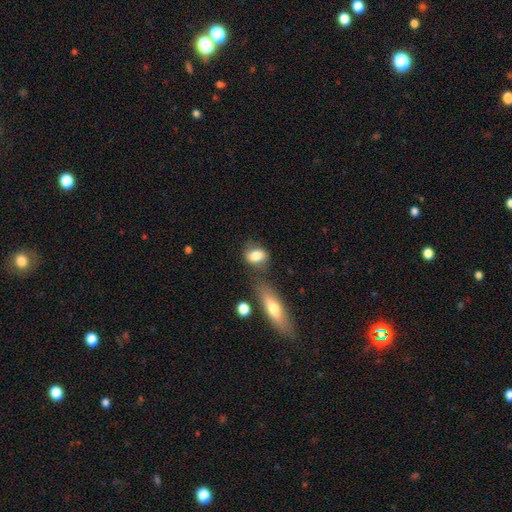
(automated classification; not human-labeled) smooth 77%, featured or disk 15%, star or artifact 8%. Down the decision tree: how rounded — in between (69%); merging — none (56%).